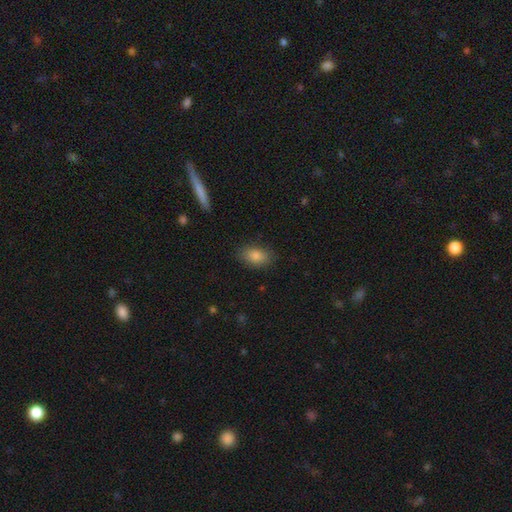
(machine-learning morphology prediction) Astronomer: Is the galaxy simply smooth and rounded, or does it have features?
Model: smooth — 85%.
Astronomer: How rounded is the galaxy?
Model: in between — 88%.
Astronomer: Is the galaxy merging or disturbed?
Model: none — 86%.